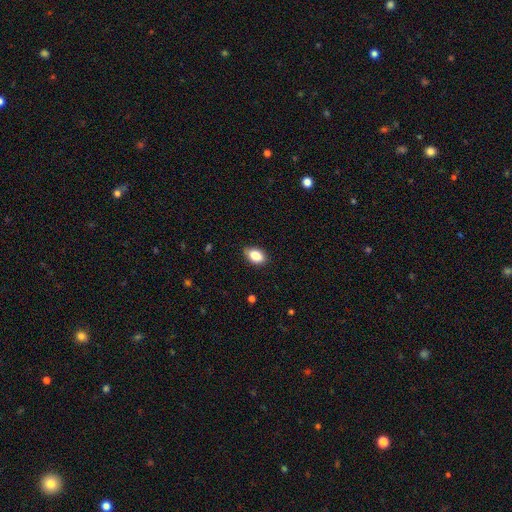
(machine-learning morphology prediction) A smooth galaxy with no disk features (86%) that is in between round and cigar-shaped (89%).

Vote fractions:
- Smooth or featured? smooth: 86% / star or artifact: 8% / featured or disk: 7%
- How rounded? in between: 89% / round: 10% / cigar-shaped: 2%
- Merging? none: 84% / minor disturbance: 13% / major disturbance: 2% / merger: 1%